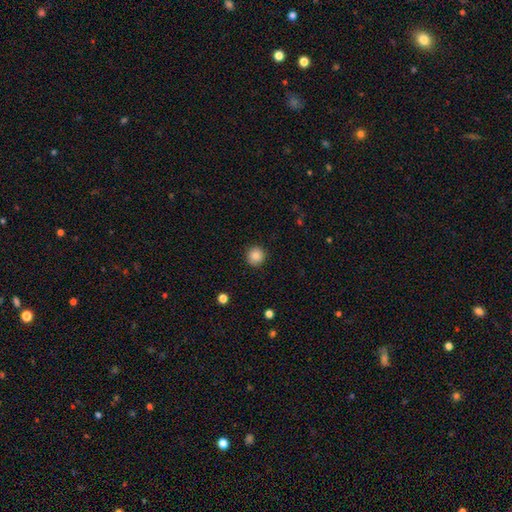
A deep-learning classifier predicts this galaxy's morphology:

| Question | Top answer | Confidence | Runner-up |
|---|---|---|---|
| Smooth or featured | smooth | 86% | star or artifact (10%) |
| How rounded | round | 94% | in between (5%) |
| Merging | none | 92% | minor disturbance (5%) |